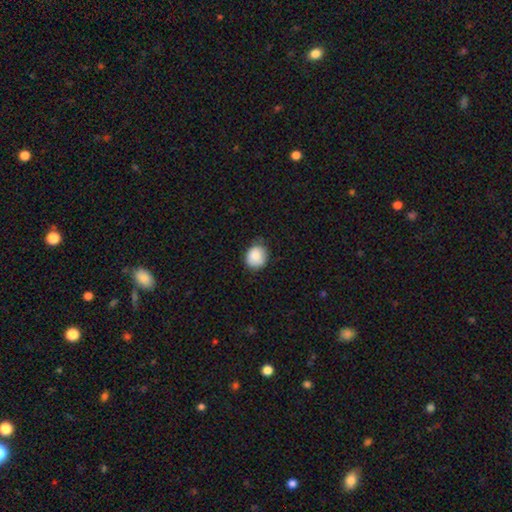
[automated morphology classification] Overall: smooth (84%). How rounded: round (75%). Merging: none (71%).